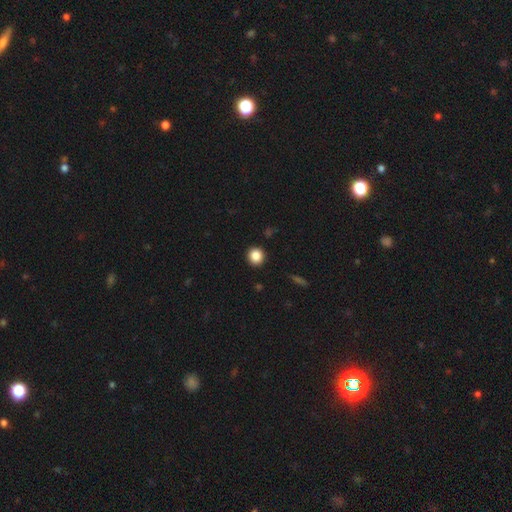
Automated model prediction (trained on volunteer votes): smooth-or-featured: smooth: 86% | star or artifact: 10% | featured or disk: 4%
  how-rounded: round: 92% | in between: 7% | cigar-shaped: 1%
  merging: none: 93% | minor disturbance: 5% | major disturbance: 2% | merger: 1%